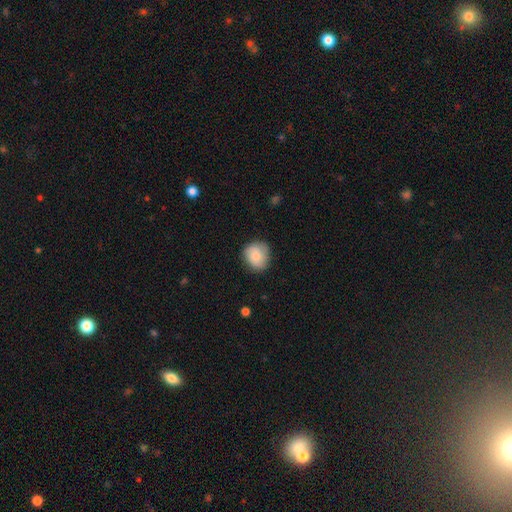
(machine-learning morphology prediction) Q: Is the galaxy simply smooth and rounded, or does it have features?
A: smooth — 76%.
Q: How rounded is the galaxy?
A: round — 77%.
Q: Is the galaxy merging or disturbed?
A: none — 73%.